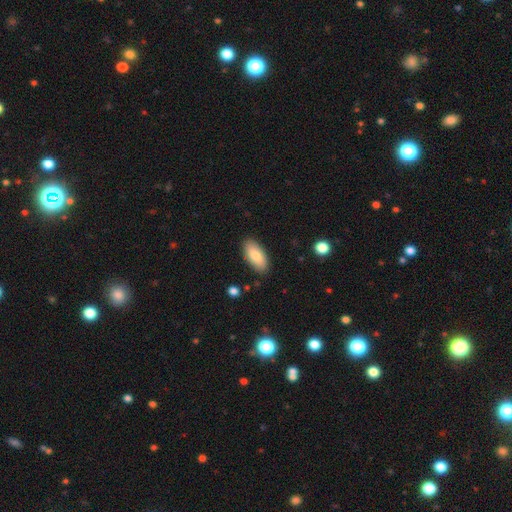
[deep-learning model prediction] smooth_or_featured: smooth (p=0.82) [alt: featured or disk p=0.12]
how_rounded: in between (p=0.90) [alt: cigar-shaped p=0.08]
merging: none (p=0.87) [alt: minor disturbance p=0.10]